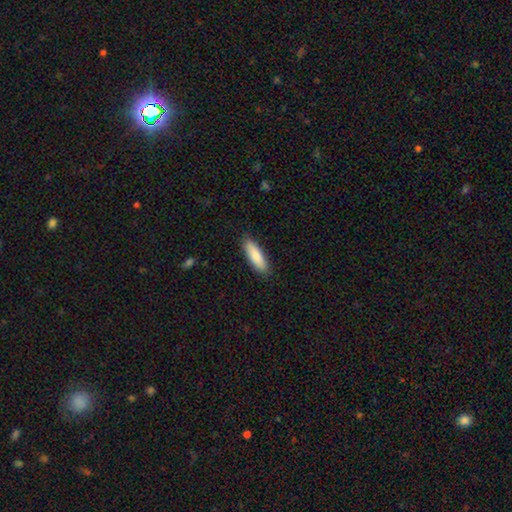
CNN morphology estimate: A smooth galaxy with no disk features (86%) that is cigar-shaped (55%).

Vote fractions:
- Smooth or featured? smooth: 86% / featured or disk: 9% / star or artifact: 5%
- How rounded? cigar-shaped: 55% / in between: 43% / round: 1%
- Merging? none: 88% / minor disturbance: 9% / major disturbance: 2% / merger: 1%